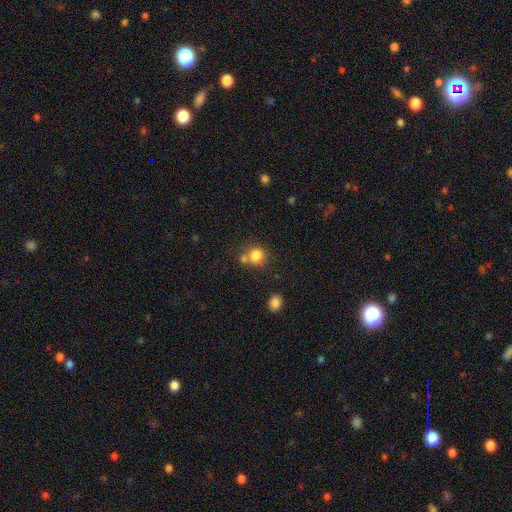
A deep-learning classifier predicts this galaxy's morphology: smooth_or_featured: smooth (p=0.81) [alt: star or artifact p=0.12]
how_rounded: round (p=0.85) [alt: in between p=0.14]
merging: none (p=0.57) [alt: merger p=0.27]